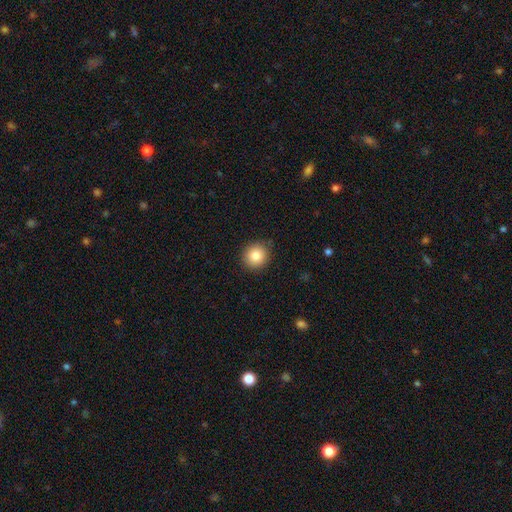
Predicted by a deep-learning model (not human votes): smooth_or_featured: smooth (p=0.85) [alt: star or artifact p=0.09]
how_rounded: round (p=0.88) [alt: in between p=0.11]
merging: none (p=0.88) [alt: minor disturbance p=0.09]